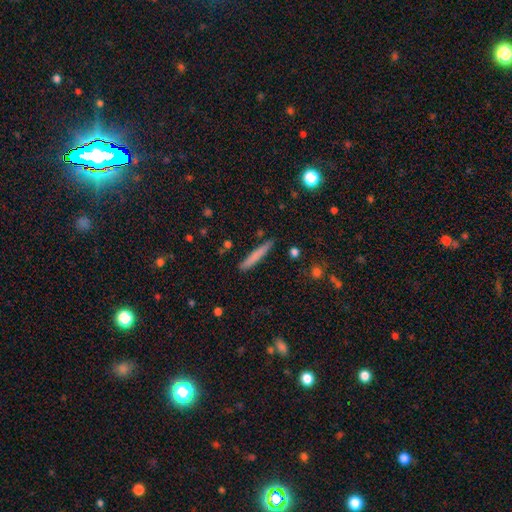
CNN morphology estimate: type=smooth (72%); roundness=cigar-shaped (95%); merging=none (87%).